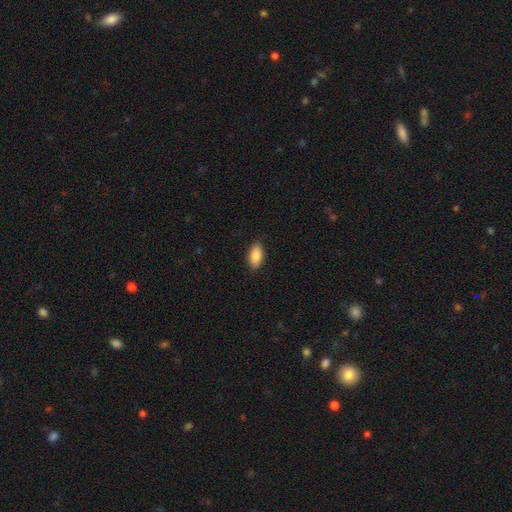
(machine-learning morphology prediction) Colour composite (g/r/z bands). It shows a smooth galaxy with no disk features (88%) that is in between round and cigar-shaped (93%). Merging: none (86%).